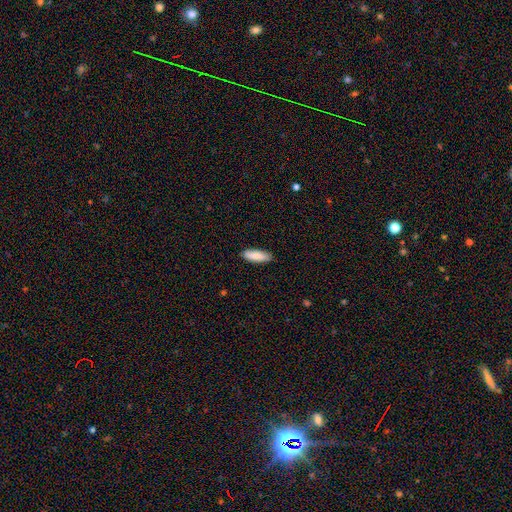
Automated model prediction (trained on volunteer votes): smooth-or-featured: smooth: 86% | featured or disk: 9% | star or artifact: 6%
  how-rounded: in between: 60% | cigar-shaped: 38% | round: 2%
  merging: none: 88% | minor disturbance: 9% | major disturbance: 2% | merger: 1%